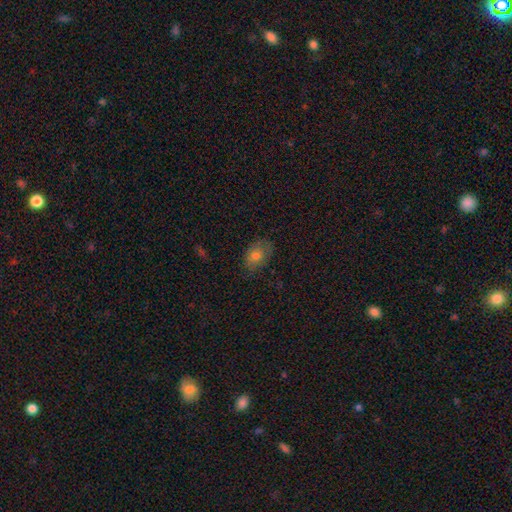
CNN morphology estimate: smooth_or_featured: smooth (p=0.74) [alt: featured or disk p=0.15]
how_rounded: in between (p=0.78) [alt: round p=0.20]
merging: none (p=0.71) [alt: minor disturbance p=0.22]